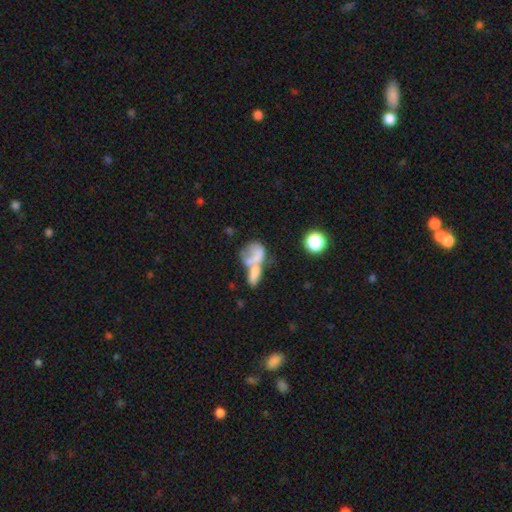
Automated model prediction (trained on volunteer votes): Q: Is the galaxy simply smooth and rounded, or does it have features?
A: smooth — 54%.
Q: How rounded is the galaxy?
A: in between — 70%.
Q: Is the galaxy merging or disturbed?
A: merger — 61%.